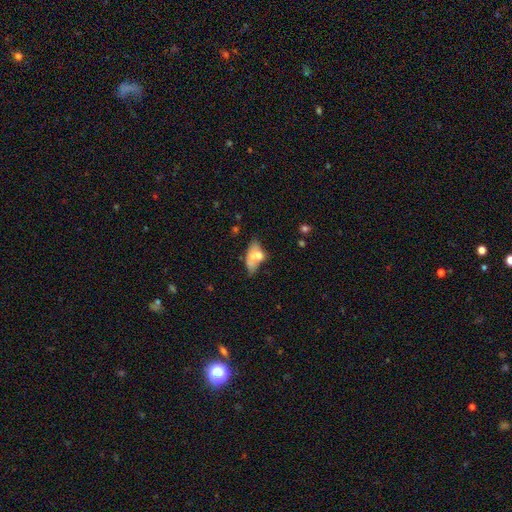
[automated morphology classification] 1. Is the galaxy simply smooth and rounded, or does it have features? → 58% smooth, 32% featured or disk, 10% star or artifact.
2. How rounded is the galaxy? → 83% in between, 9% round, 8% cigar-shaped.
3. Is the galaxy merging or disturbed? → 39% merger, 24% none, 19% minor disturbance, 18% major disturbance.